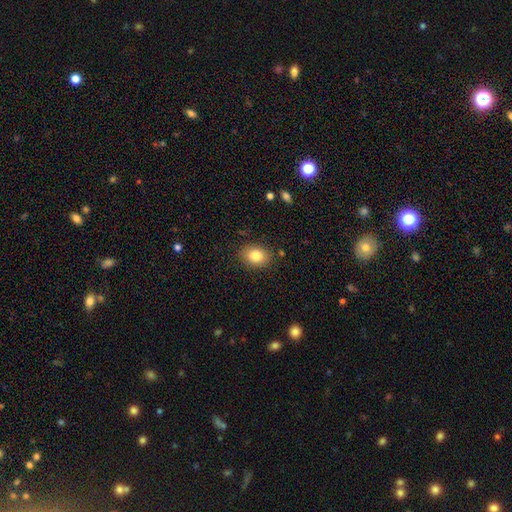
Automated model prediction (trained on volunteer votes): Smooth or featured?
  - smooth: 83% *
  - star or artifact: 9%
  - featured or disk: 8%
How rounded?
  - in between: 63% *
  - round: 37%
  - cigar-shaped: 1%
Merging?
  - none: 86% *
  - minor disturbance: 10%
  - major disturbance: 3%
  - merger: 1%